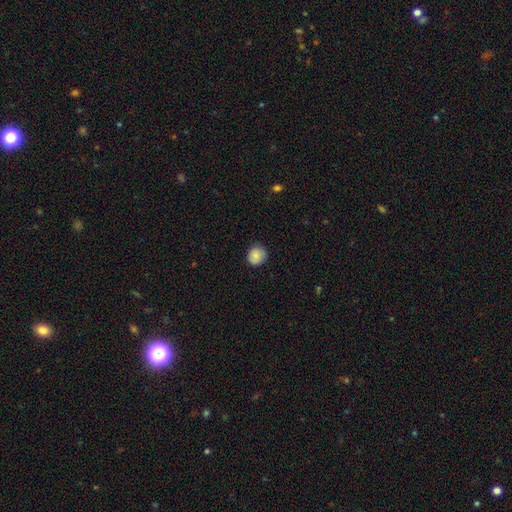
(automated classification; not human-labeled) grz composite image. It shows a smooth galaxy with no disk features (84%) that is round (84%). Merging: none (83%).